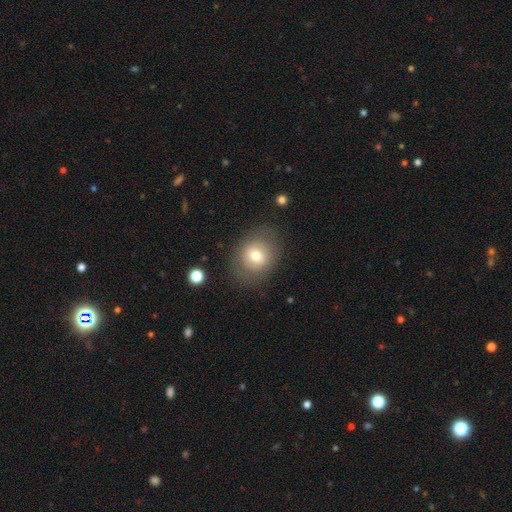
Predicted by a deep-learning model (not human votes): Smooth or featured? smooth (71%)
How rounded? round (55%)
Merging? none (81%)